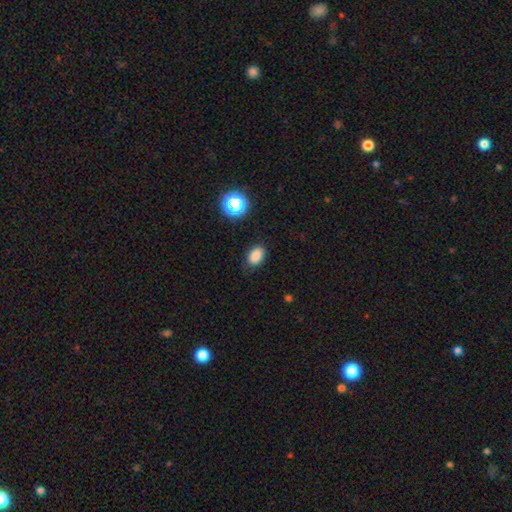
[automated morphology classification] Overall: smooth (83%). How rounded: in between (84%). Merging: none (82%).